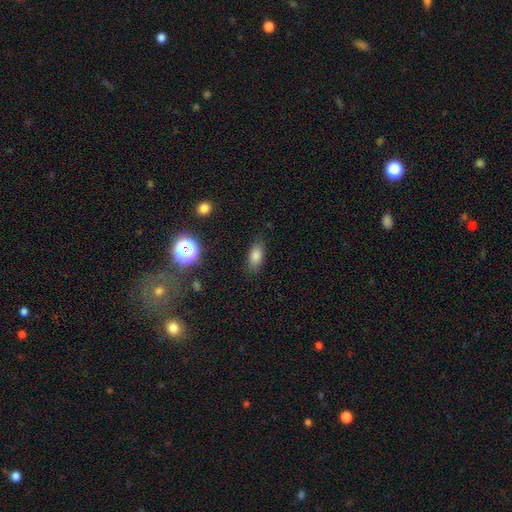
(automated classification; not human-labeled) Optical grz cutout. It shows a smooth galaxy with no disk features (80%) that is in between round and cigar-shaped (85%). Merging: none (83%).